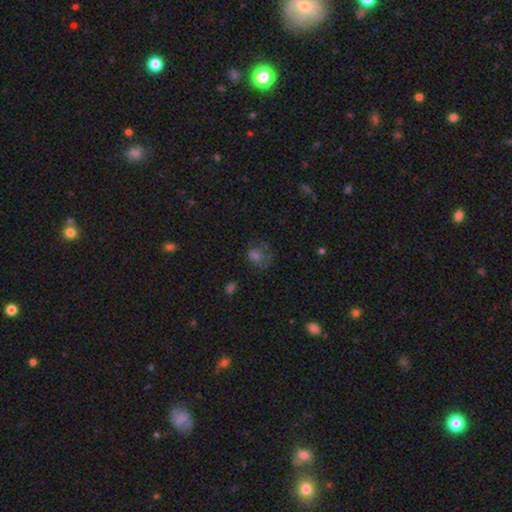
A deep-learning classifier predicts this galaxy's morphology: This is possibly a smooth galaxy (59%). How rounded: possibly round (52%). Merging: possibly none (46%).